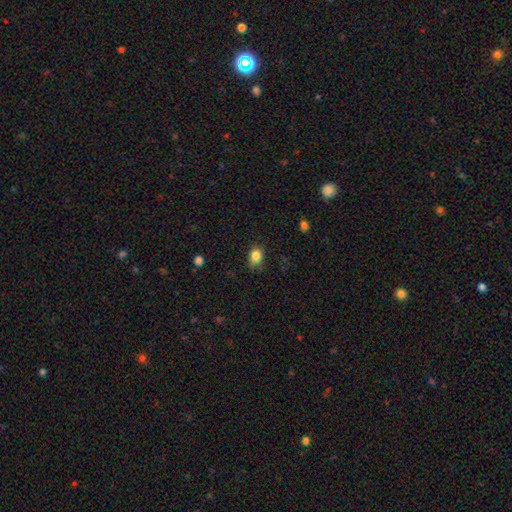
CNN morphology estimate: smooth_or_featured: smooth (p=0.85) [alt: star or artifact p=0.10]
how_rounded: in between (p=0.62) [alt: round p=0.37]
merging: none (p=0.77) [alt: minor disturbance p=0.19]